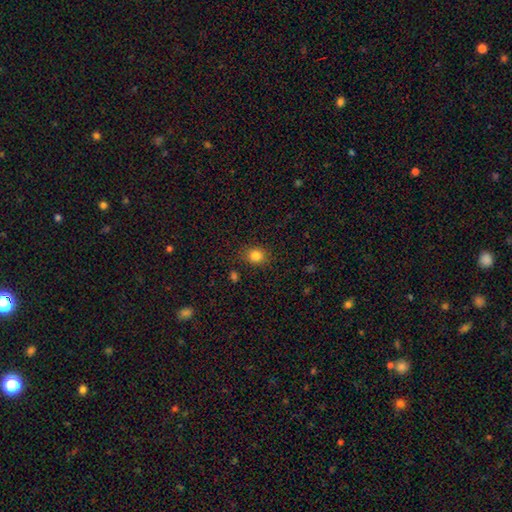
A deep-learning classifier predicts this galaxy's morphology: Smooth or featured? smooth (83%)
How rounded? round (70%)
Merging? none (84%)